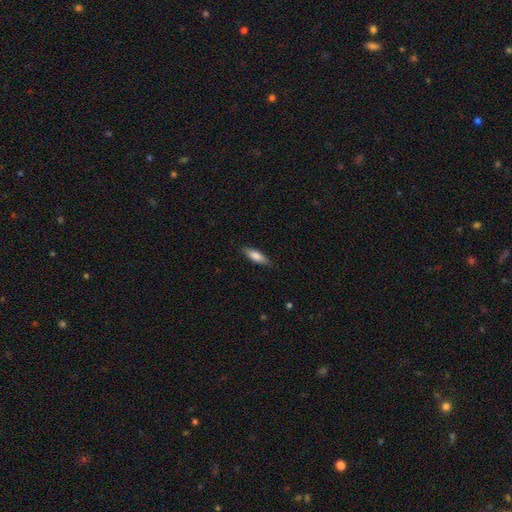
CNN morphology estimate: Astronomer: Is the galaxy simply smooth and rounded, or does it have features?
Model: smooth — 79%.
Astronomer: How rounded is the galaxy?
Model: in between — 50% (runner-up: cigar-shaped, 48%).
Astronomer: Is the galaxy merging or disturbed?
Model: none — 85%.